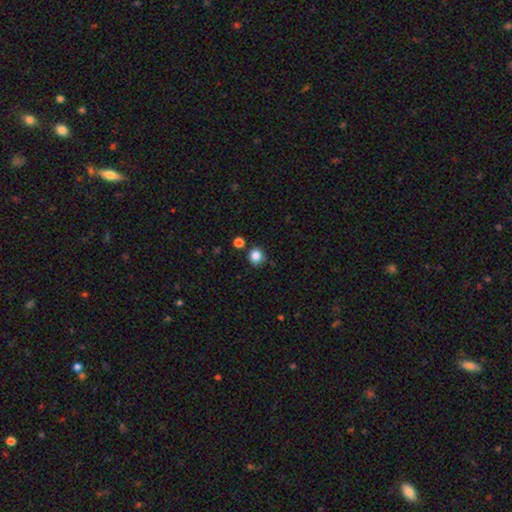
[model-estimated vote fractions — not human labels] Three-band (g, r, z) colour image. It shows a smooth galaxy with no disk features (85%) that is round (86%). Merging: none (81%).